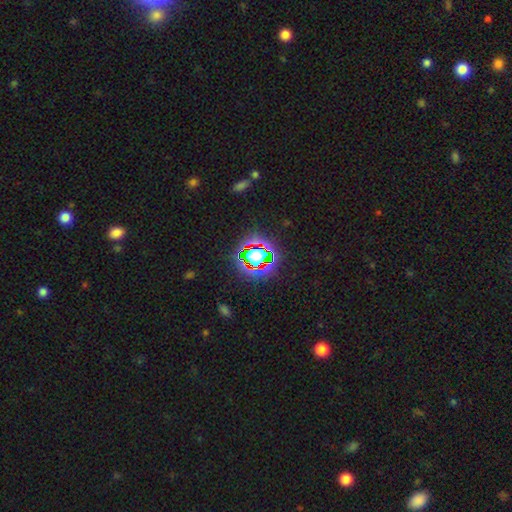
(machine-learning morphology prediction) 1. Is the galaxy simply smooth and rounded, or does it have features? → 68% star or artifact, 20% smooth, 12% featured or disk.